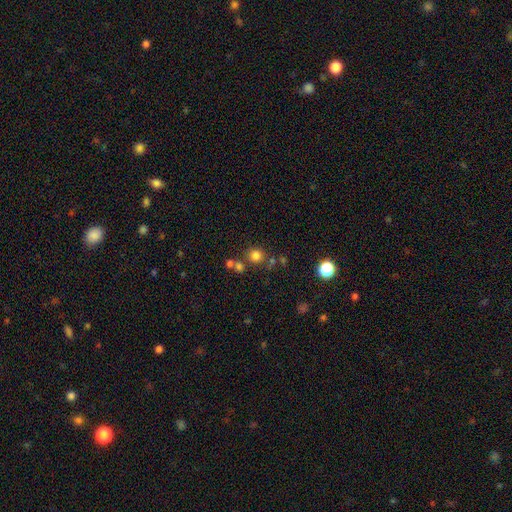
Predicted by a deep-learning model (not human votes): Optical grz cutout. It shows a smooth galaxy with no disk features (75%) that is round (91%). Merging: none (72%).